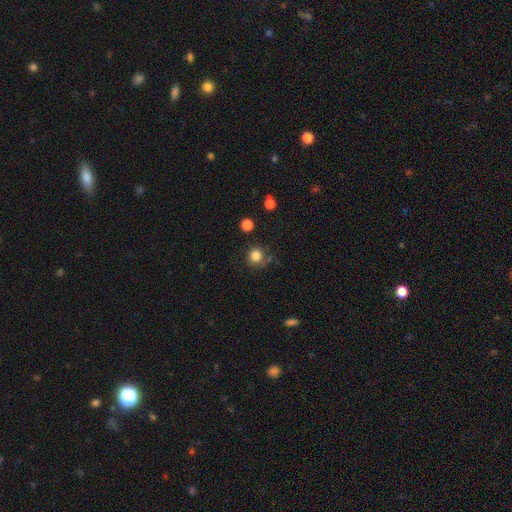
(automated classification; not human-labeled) Smooth or featured? smooth (83%)
How rounded? round (90%)
Merging? none (78%)